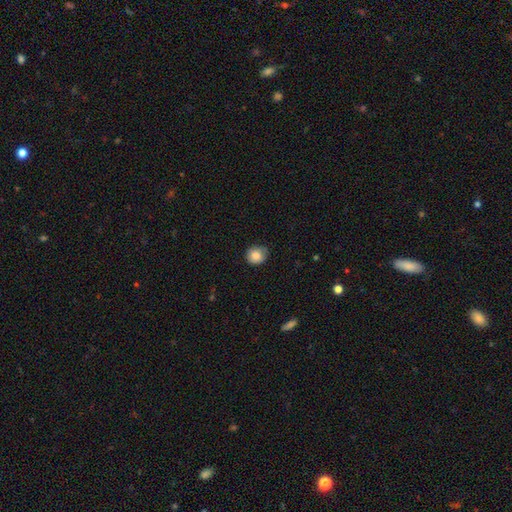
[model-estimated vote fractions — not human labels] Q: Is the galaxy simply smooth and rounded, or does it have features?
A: smooth — 85%.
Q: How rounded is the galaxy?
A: round — 82%.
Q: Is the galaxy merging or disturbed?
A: none — 74%.